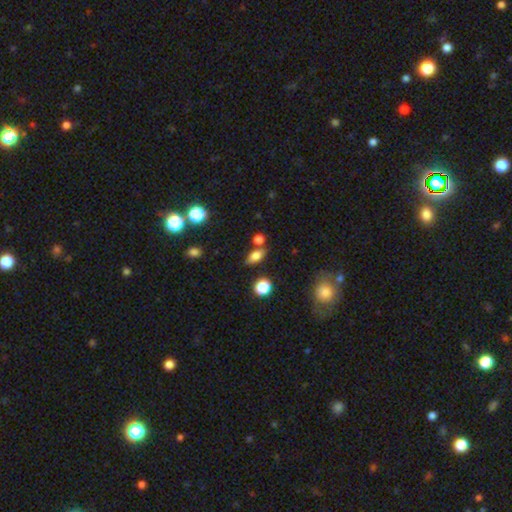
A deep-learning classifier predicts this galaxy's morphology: This is likely a smooth galaxy (76%). How rounded: likely in between (79%). Merging: likely none (70%).